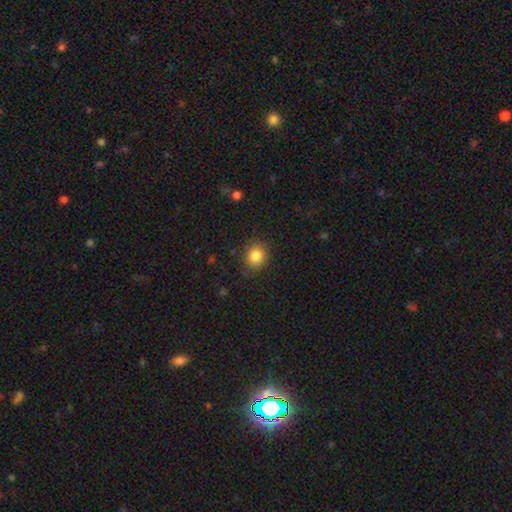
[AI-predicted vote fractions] The model was most divided on "how rounded": round: 74%, in between: 25%, cigar-shaped: 1%. More confident: merging — none (85%); smooth or featured — smooth (84%).